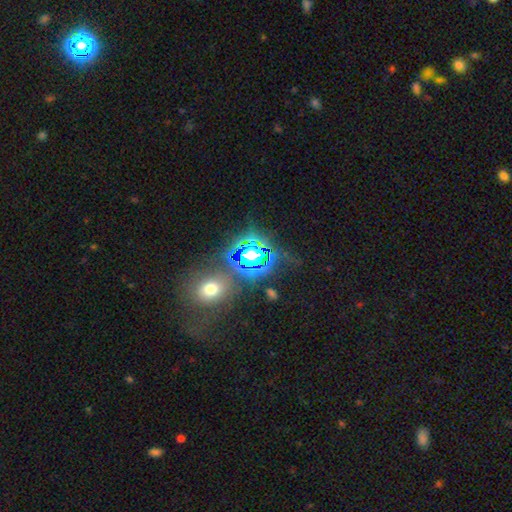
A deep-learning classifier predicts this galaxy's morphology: star or artifact 68%, smooth 21%, featured or disk 11%.